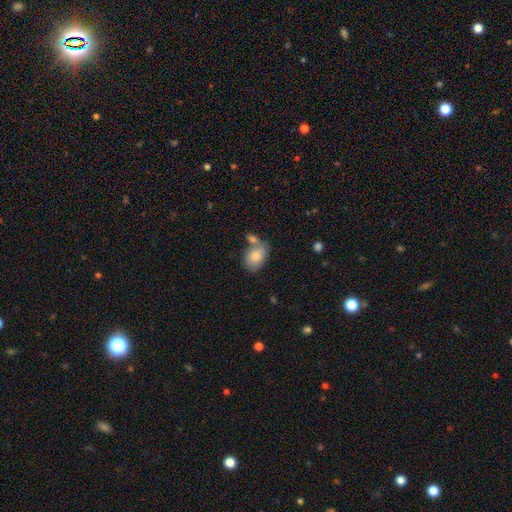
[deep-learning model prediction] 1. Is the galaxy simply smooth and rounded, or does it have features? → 80% smooth, 13% featured or disk, 7% star or artifact.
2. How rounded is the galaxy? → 84% in between, 15% round, 1% cigar-shaped.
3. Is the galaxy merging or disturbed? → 48% none, 28% merger, 18% minor disturbance, 6% major disturbance.